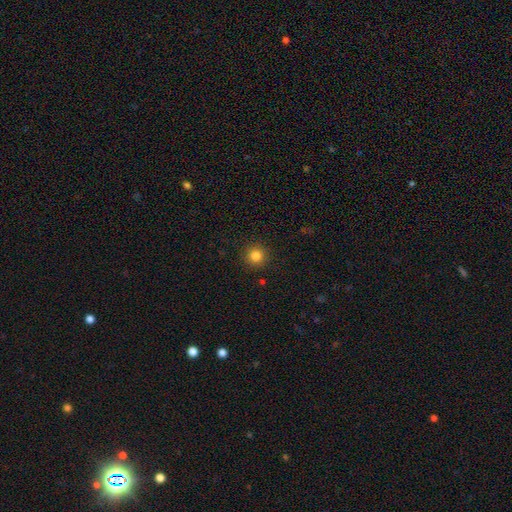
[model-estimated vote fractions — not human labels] Q: Smooth or featured?
A: smooth (83%); runner-up: star or artifact (12%)
Q: How rounded?
A: round (95%); runner-up: in between (4%)
Q: Merging?
A: none (92%); runner-up: minor disturbance (5%)